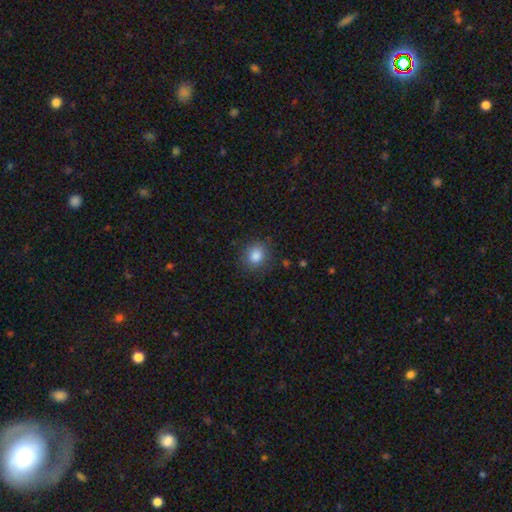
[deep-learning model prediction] Morphology: type=smooth (85%); roundness=round (77%); merging=none (84%).